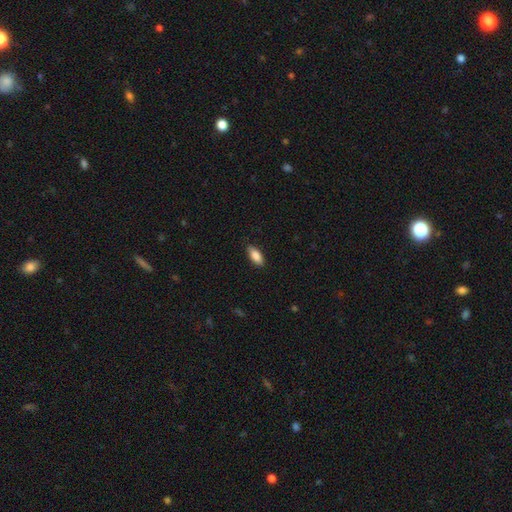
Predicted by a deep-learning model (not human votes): Morphology: type=smooth (87%); roundness=in between (84%); merging=none (87%).